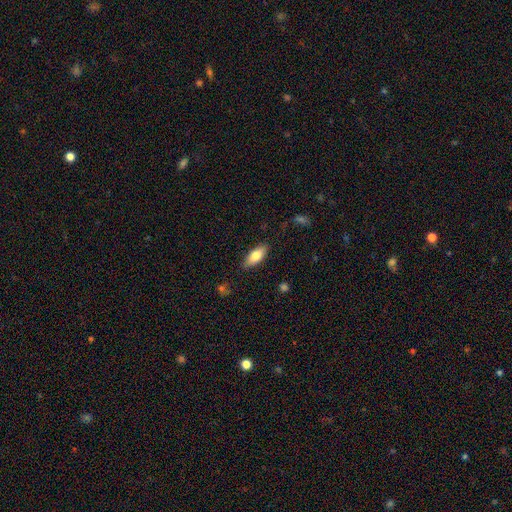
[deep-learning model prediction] This appears to be a smooth galaxy with no disk features (78%) that is in between round and cigar-shaped (78%). Merging: none (85%).